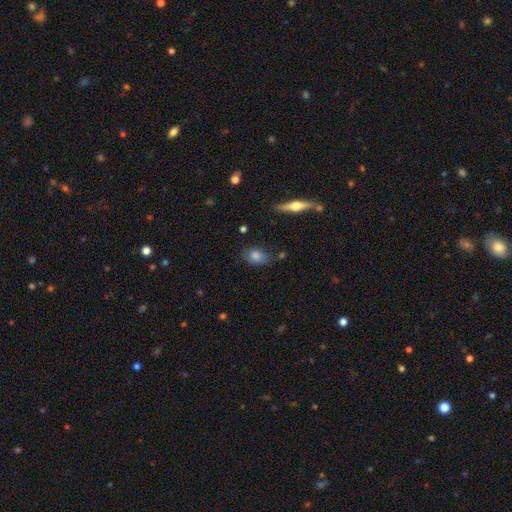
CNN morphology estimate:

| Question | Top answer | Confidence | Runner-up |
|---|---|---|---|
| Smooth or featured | smooth | 78% | featured or disk (14%) |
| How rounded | in between | 75% | round (21%) |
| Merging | none | 67% | minor disturbance (24%) |